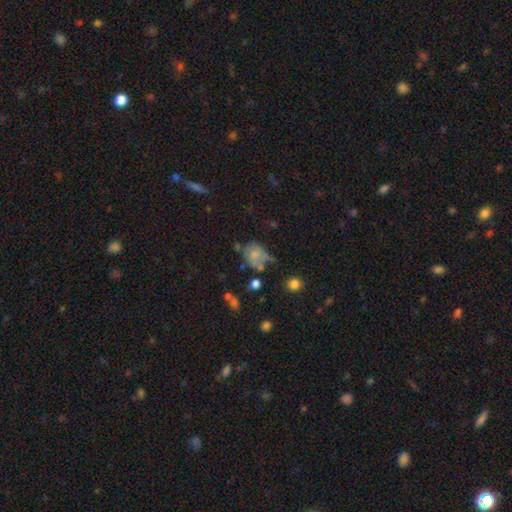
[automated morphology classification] A smooth galaxy with no disk features (62%) that is in between round and cigar-shaped (51%). Merging: none (31%, tied with minor disturbance).